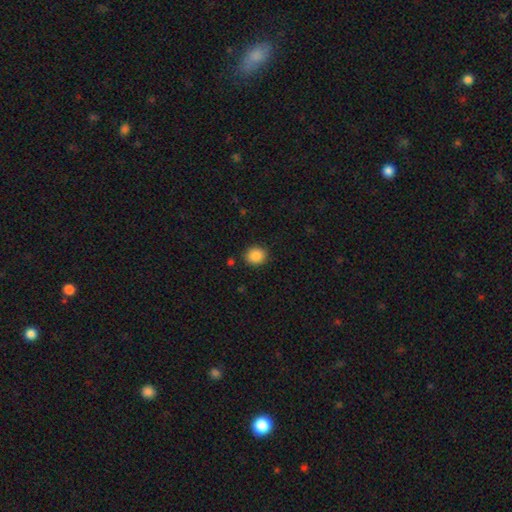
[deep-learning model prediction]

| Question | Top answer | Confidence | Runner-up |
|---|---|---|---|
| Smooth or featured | smooth | 87% | star or artifact (9%) |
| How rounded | round | 74% | in between (25%) |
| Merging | none | 89% | minor disturbance (7%) |